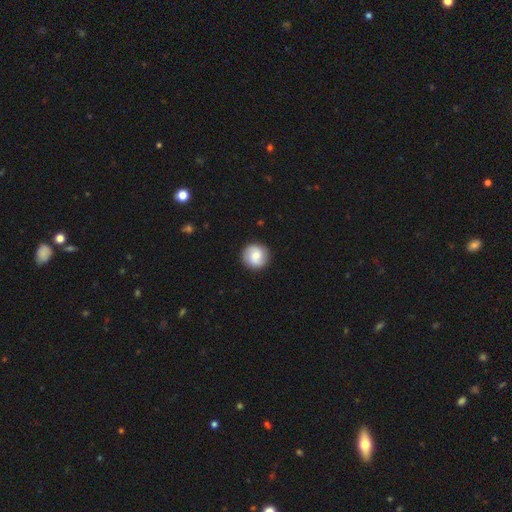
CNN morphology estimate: This appears to be a smooth galaxy with no disk features (60%) that is round (94%). Merging: none (90%).